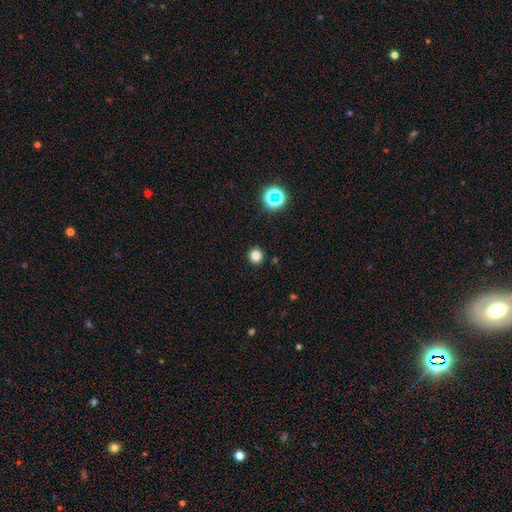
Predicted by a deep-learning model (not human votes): Q: Smooth or featured?
A: smooth (80%); runner-up: star or artifact (16%)
Q: How rounded?
A: round (94%); runner-up: in between (5%)
Q: Merging?
A: none (92%); runner-up: minor disturbance (5%)